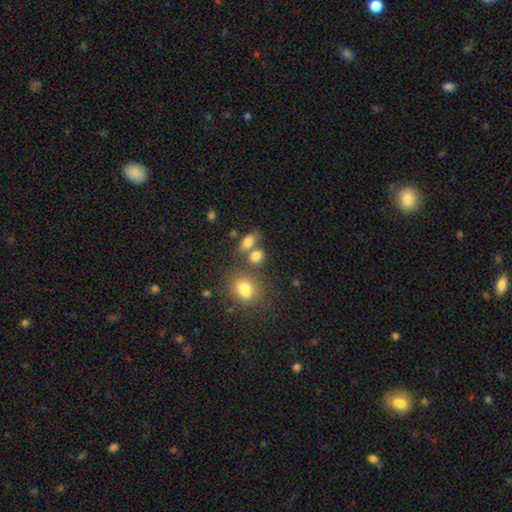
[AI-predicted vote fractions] A smooth galaxy with no disk features (79%) that is in between round and cigar-shaped (69%).

Vote fractions:
- Smooth or featured? smooth: 79% / star or artifact: 12% / featured or disk: 10%
- How rounded? in between: 69% / round: 27% / cigar-shaped: 4%
- Merging? none: 51% / merger: 31% / minor disturbance: 13% / major disturbance: 6%